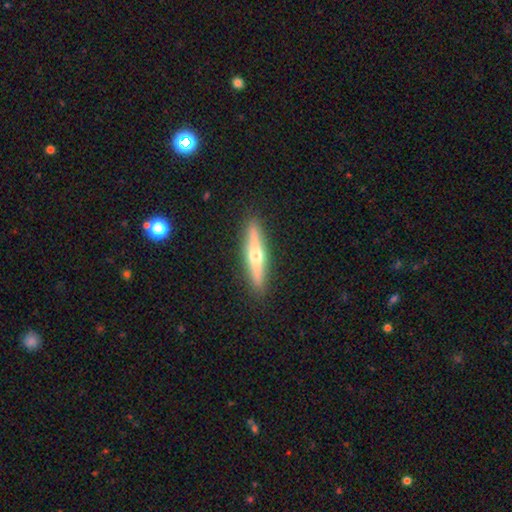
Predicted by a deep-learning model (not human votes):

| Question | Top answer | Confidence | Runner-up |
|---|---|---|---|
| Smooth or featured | featured or disk | 56% | smooth (38%) |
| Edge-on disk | yes | 93% | no (7%) |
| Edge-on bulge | rounded | 92% | none (6%) |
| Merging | none | 91% | minor disturbance (7%) |